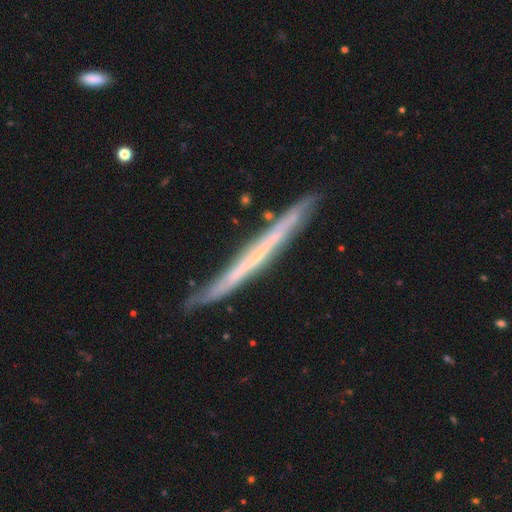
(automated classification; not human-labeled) A featured or disk galaxy (62%) viewed edge-on (94%) with no central bulge (90%). Merging: none (80%).